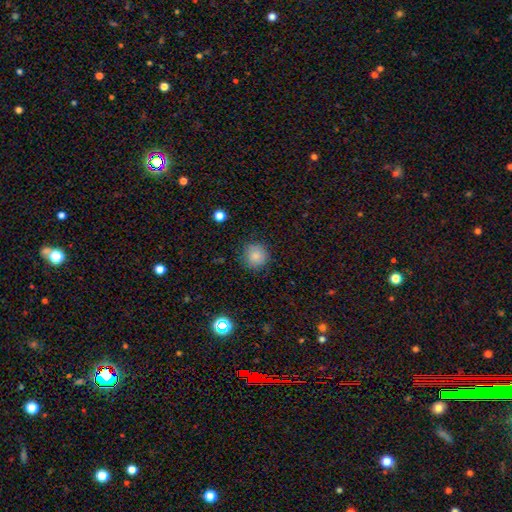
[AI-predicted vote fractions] This appears to be a smooth galaxy with no disk features (83%) that is round (93%). Merging: none (85%).